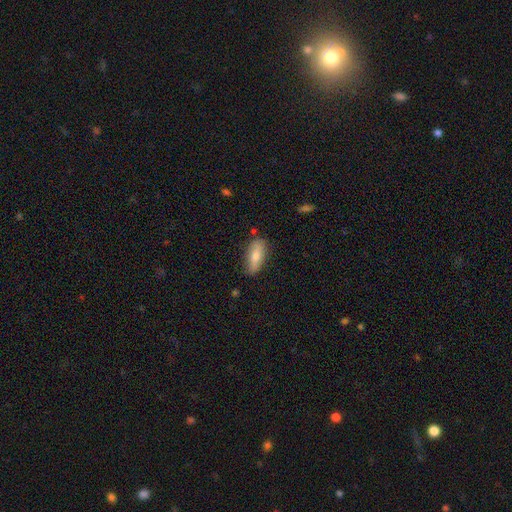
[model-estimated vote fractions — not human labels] smooth 74%, featured or disk 20%, star or artifact 6%. Down the decision tree: how rounded — in between (76%); merging — none (76%).